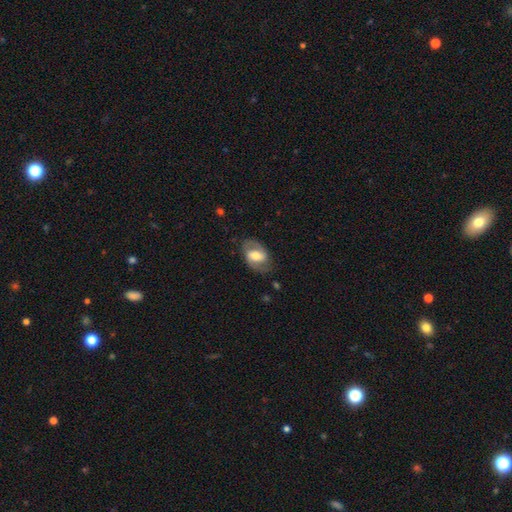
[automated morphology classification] This appears to be a featured or disk galaxy (62%) with a weak bar (43%), spiral arms (76%) and a moderate central bulge (57%). Merging: none (75%).